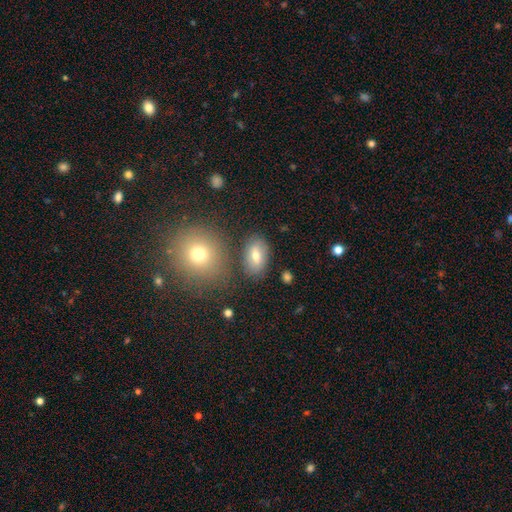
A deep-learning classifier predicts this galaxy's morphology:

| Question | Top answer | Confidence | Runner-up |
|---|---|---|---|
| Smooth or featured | smooth | 68% | featured or disk (22%) |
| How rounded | in between | 88% | round (10%) |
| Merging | none | 76% | minor disturbance (13%) |